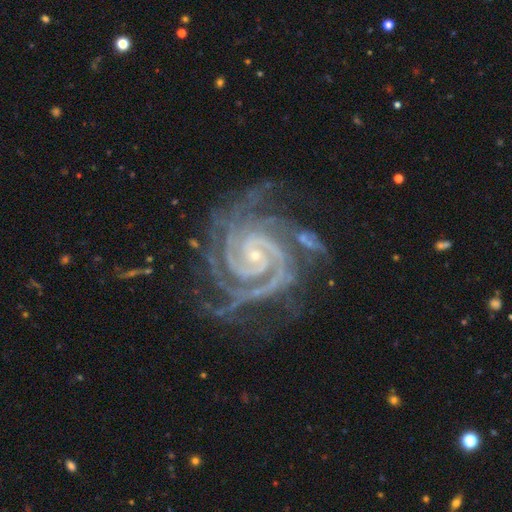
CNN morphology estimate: type=featured or disk (93%); edge-on=no (98%); bar=no (59%); spiral arms=yes (99%); winding=tight (80%); arm count=2 (33%); bulge=small (84%); merging=none (61%).